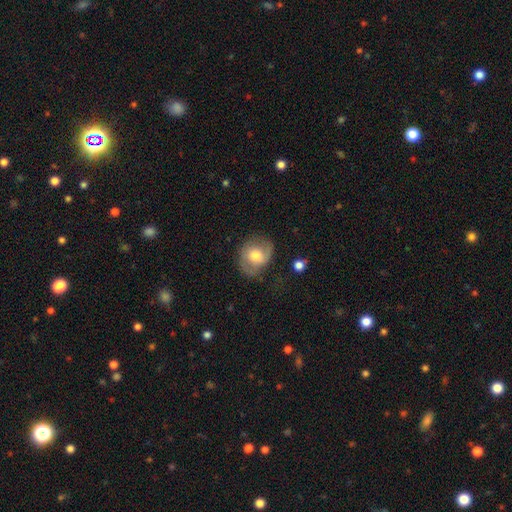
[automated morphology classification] Overall: smooth (51%; featured or disk 41%). How rounded: round (52%; in between 47%). Merging: none (59%; minor disturbance 26%).